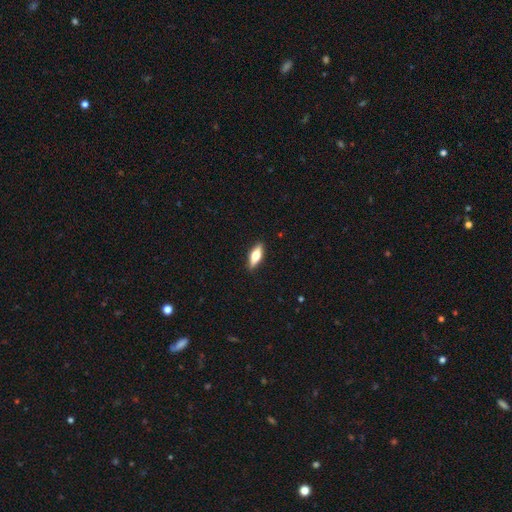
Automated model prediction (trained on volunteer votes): smooth 55%, featured or disk 38%, star or artifact 6%. Down the decision tree: how rounded — in between (60%); merging — none (90%).